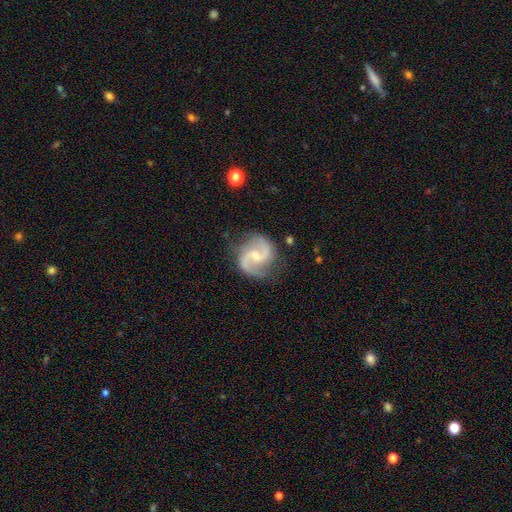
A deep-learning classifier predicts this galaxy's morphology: This is clearly a featured or disk galaxy (90%). It is clearly not viewed edge-on (98%). Bar: possibly weak (47%). Spiral arm pattern: clearly yes (98%). Spiral arm count: clearly 2 (94%). Spiral winding: possibly medium (53%). Central bulge: possibly small (54%). Merging: likely none (80%).